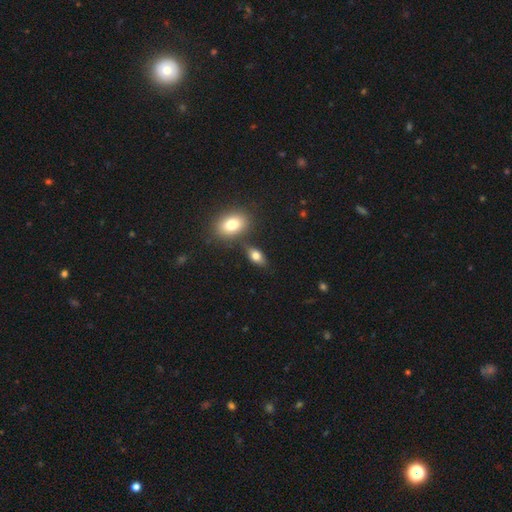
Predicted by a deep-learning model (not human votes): Q: Smooth or featured?
A: smooth (73%); runner-up: featured or disk (17%)
Q: How rounded?
A: in between (84%); runner-up: round (9%)
Q: Merging?
A: none (72%); runner-up: minor disturbance (13%)